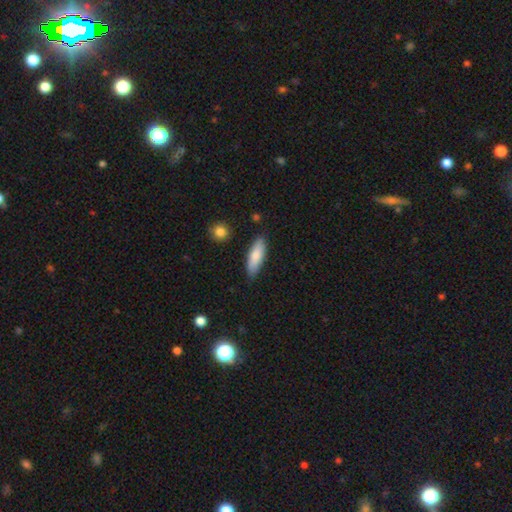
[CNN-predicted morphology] Smooth or featured? Predicted: smooth (p=0.82). How rounded? Predicted: in between (p=0.54). Merging? Predicted: none (p=0.84).